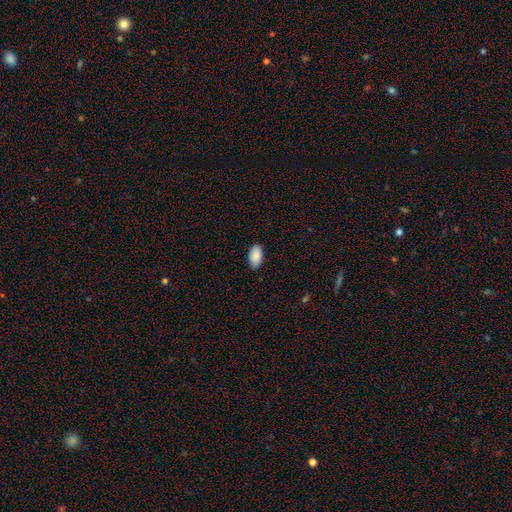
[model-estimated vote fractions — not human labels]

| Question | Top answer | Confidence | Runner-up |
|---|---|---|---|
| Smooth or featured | smooth | 89% | star or artifact (6%) |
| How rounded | in between | 95% | round (3%) |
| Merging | none | 86% | minor disturbance (12%) |